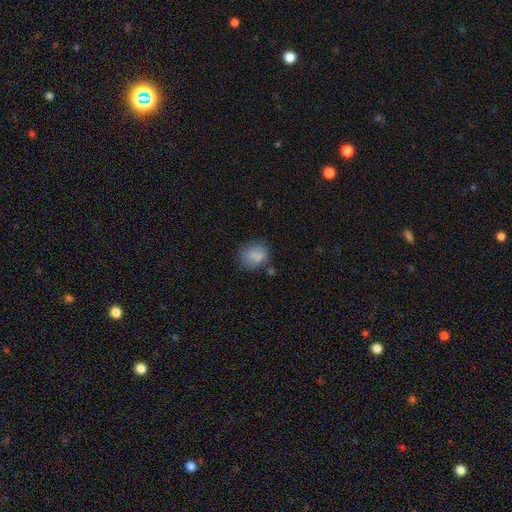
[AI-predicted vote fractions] Overall: smooth (78%). How rounded: round (59%; in between 40%). Merging: none (62%).